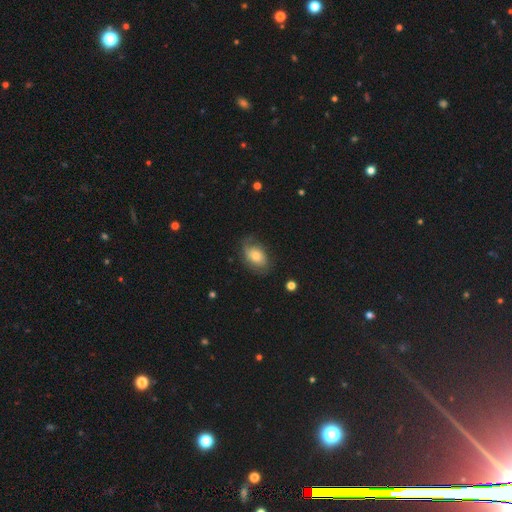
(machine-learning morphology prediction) smooth-or-featured: smooth: 55% | featured or disk: 37% | star or artifact: 8%
  how-rounded: in between: 82% | round: 17% | cigar-shaped: 1%
  merging: none: 63% | minor disturbance: 24% | major disturbance: 12% | merger: 1%